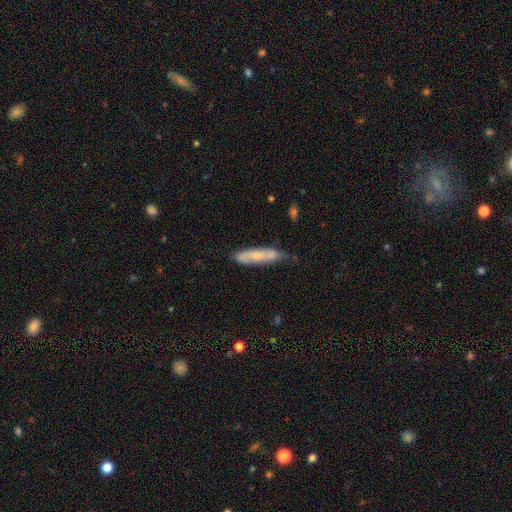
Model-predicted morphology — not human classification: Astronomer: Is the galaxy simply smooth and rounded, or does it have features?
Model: smooth — 57% (runner-up: featured or disk, 37%).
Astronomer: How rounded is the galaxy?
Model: cigar-shaped — 75%.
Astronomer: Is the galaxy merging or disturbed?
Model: none — 52% (runner-up: minor disturbance, 35%).